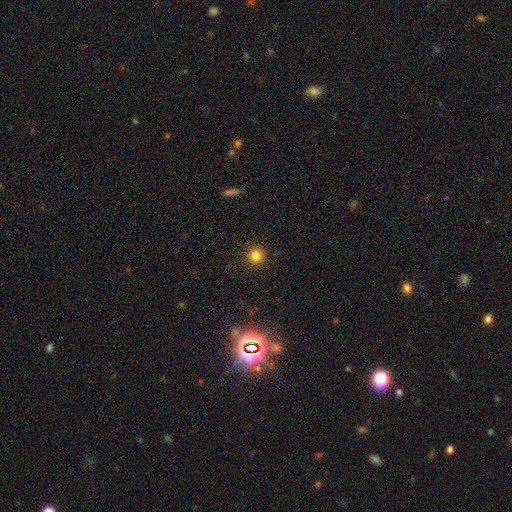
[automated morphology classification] smooth 82%, star or artifact 13%, featured or disk 5%. Down the decision tree: how rounded — round (93%); merging — none (90%).